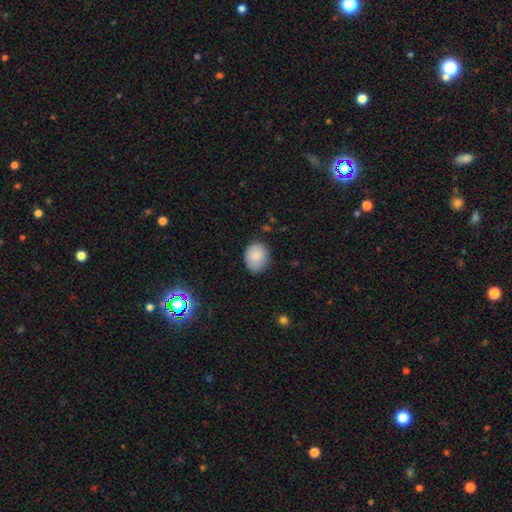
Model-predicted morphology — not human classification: smooth-or-featured: smooth: 86% | star or artifact: 8% | featured or disk: 6%
  how-rounded: round: 57% | in between: 42% | cigar-shaped: 1%
  merging: none: 78% | minor disturbance: 17% | major disturbance: 3% | merger: 1%